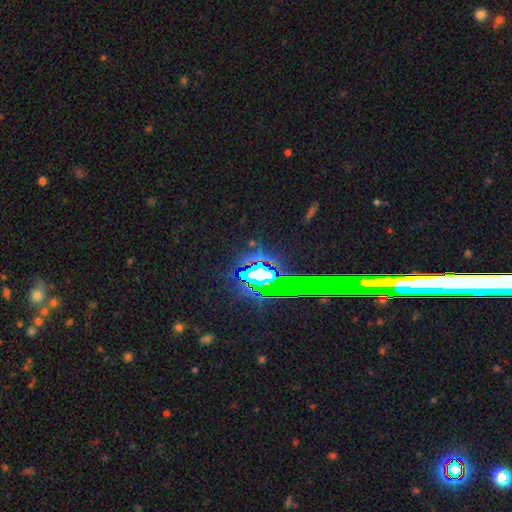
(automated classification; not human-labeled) The model was most divided on "smooth or featured": star or artifact: 71%, featured or disk: 17%, smooth: 13%.